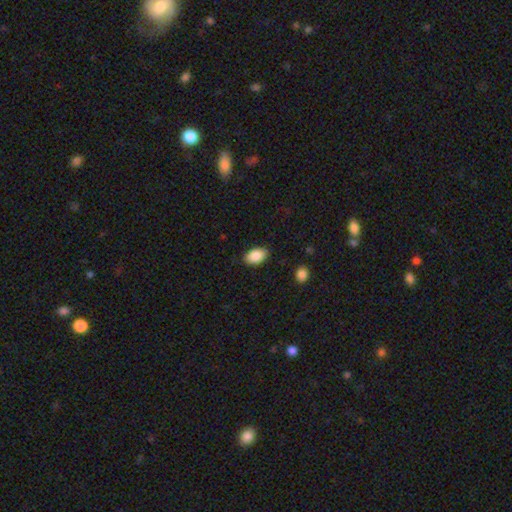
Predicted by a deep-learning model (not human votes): Morphology: type=smooth (88%); roundness=in between (91%); merging=none (87%).